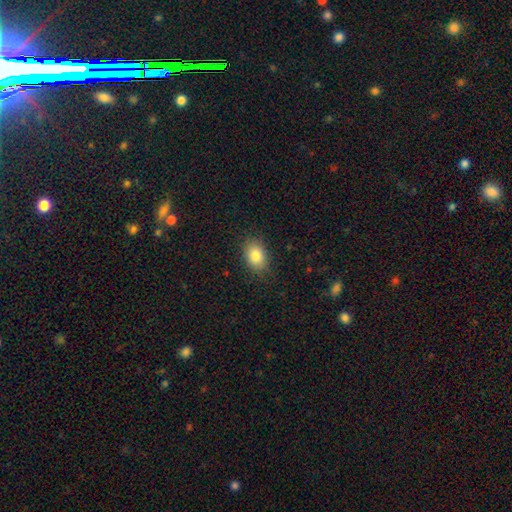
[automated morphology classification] smooth-or-featured: smooth: 84% | star or artifact: 9% | featured or disk: 7%
  how-rounded: in between: 81% | round: 18% | cigar-shaped: 1%
  merging: none: 85% | minor disturbance: 12% | major disturbance: 3% | merger: 1%